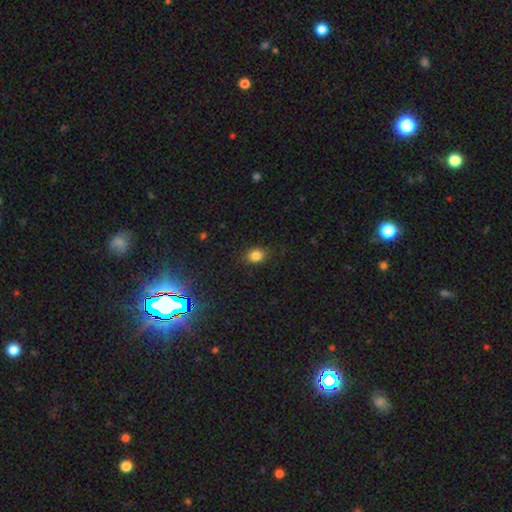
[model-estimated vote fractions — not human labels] A smooth galaxy with no disk features (83%) that is in between round and cigar-shaped (56%). Merging: none (85%).